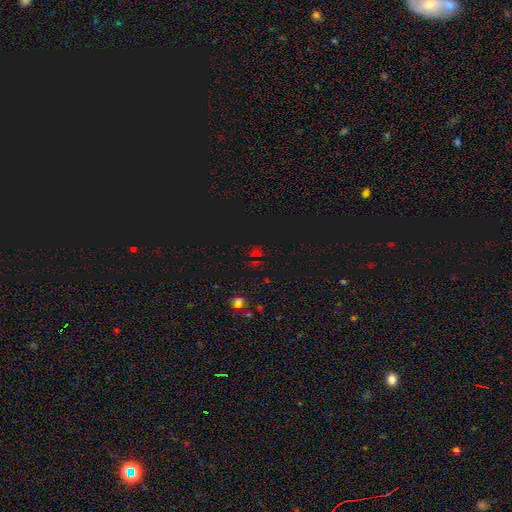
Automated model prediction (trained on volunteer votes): Smooth or featured?
  - star or artifact: 69% *
  - smooth: 23%
  - featured or disk: 8%